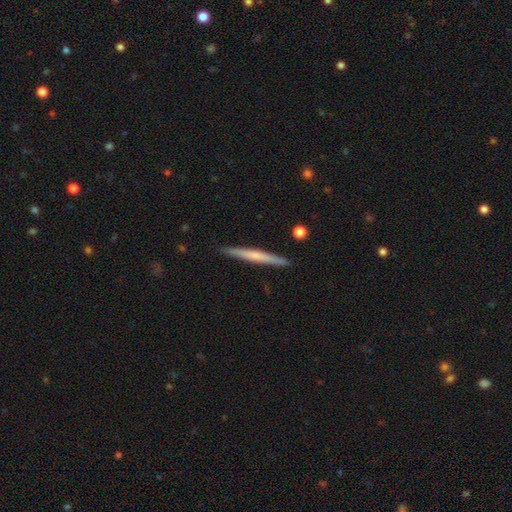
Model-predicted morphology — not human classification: Smooth or featured?
  - featured or disk: 49% *
  - smooth: 45%
  - star or artifact: 5%
Merging?
  - none: 91% *
  - minor disturbance: 7%
  - merger: 1%
  - major disturbance: 1%